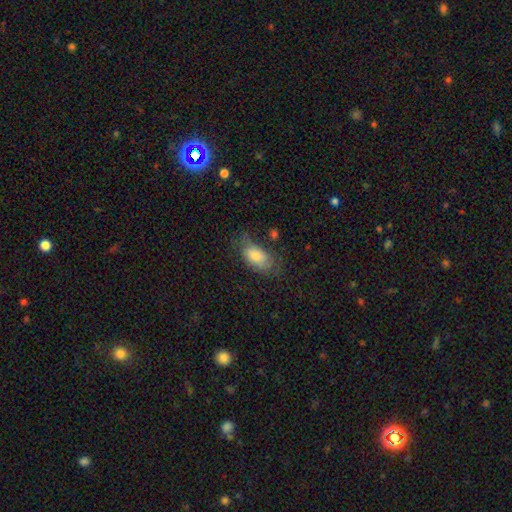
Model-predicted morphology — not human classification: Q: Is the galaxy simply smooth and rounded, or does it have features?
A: smooth — 76%.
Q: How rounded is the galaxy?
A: in between — 91%.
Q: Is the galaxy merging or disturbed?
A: none — 50%.